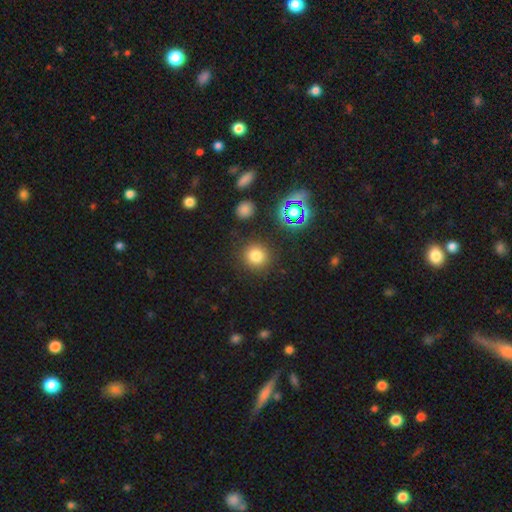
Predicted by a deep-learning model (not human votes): This is likely a smooth galaxy (78%). How rounded: clearly round (92%). Merging: clearly none (87%).